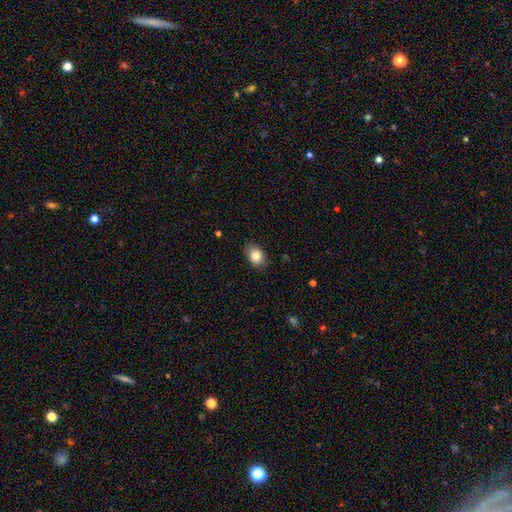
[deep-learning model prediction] smooth-or-featured: smooth: 83% | featured or disk: 9% | star or artifact: 8%
  how-rounded: in between: 73% | round: 26% | cigar-shaped: 1%
  merging: none: 81% | minor disturbance: 15% | major disturbance: 3% | merger: 1%